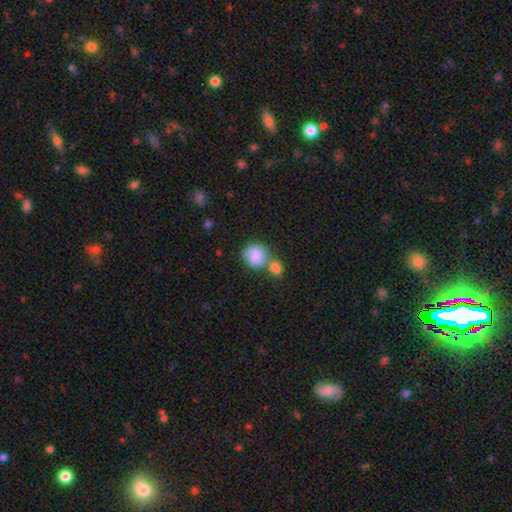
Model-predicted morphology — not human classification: The model was most divided on "merging": merger: 46%, none: 37%, minor disturbance: 12%, major disturbance: 5%. More confident: smooth or featured — smooth (82%); how rounded — round (81%).